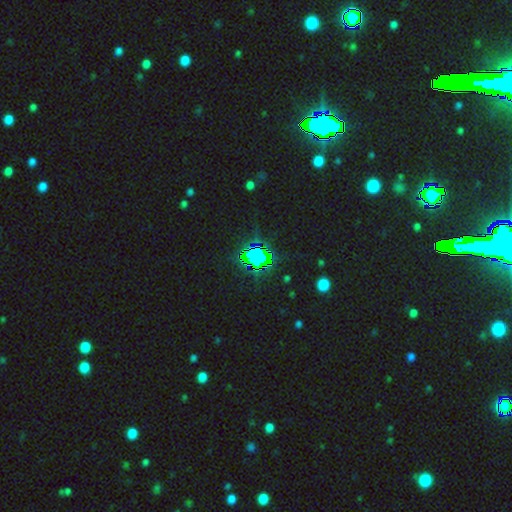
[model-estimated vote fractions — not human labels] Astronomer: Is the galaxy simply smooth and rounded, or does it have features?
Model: star or artifact — 76%.